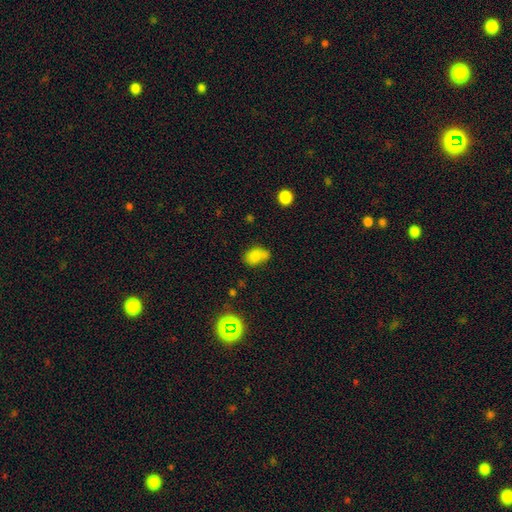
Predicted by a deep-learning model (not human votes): smooth_or_featured: smooth (p=0.77) [alt: star or artifact p=0.14]
how_rounded: in between (p=0.77) [alt: round p=0.22]
merging: none (p=0.45) [alt: minor disturbance p=0.25]